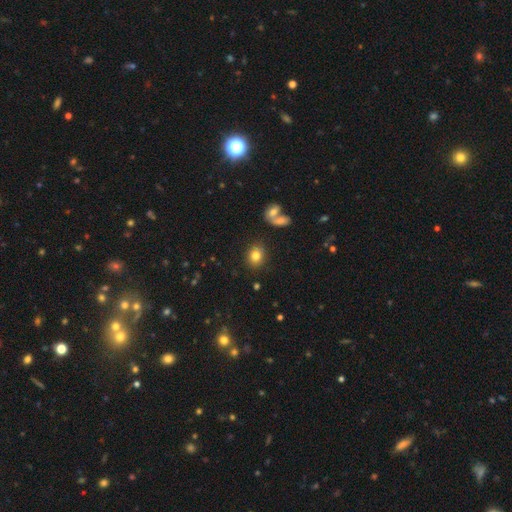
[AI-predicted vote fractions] smooth_or_featured: smooth (p=0.80) [alt: star or artifact p=0.11]
how_rounded: round (p=0.60) [alt: in between p=0.39]
merging: none (p=0.85) [alt: minor disturbance p=0.09]